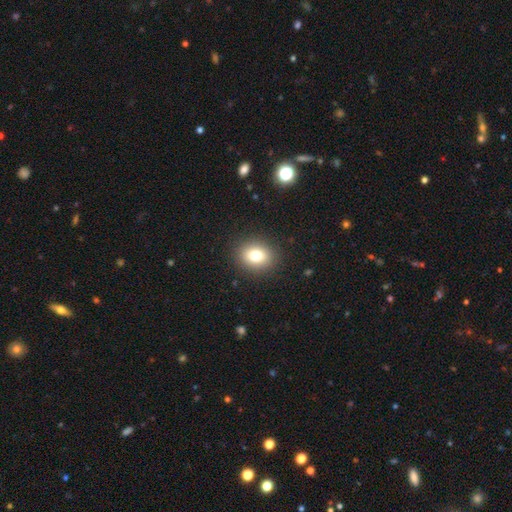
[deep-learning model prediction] Smooth or featured?
  - smooth: 79% *
  - star or artifact: 12%
  - featured or disk: 10%
How rounded?
  - round: 58% *
  - in between: 41%
  - cigar-shaped: 1%
Merging?
  - none: 90% *
  - minor disturbance: 7%
  - major disturbance: 3%
  - merger: 1%